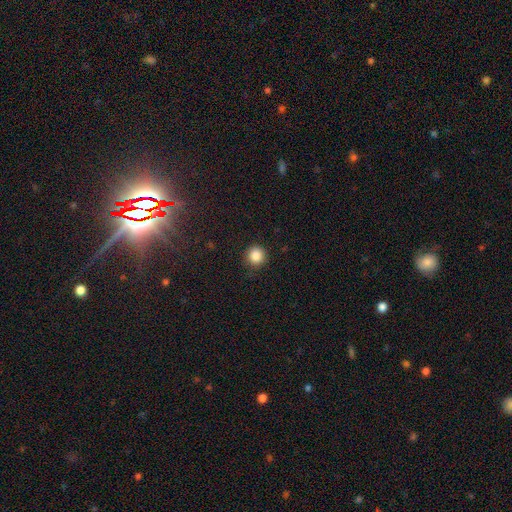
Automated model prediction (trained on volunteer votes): This appears to be a smooth galaxy with no disk features (87%) that is round (94%). Merging: none (90%).